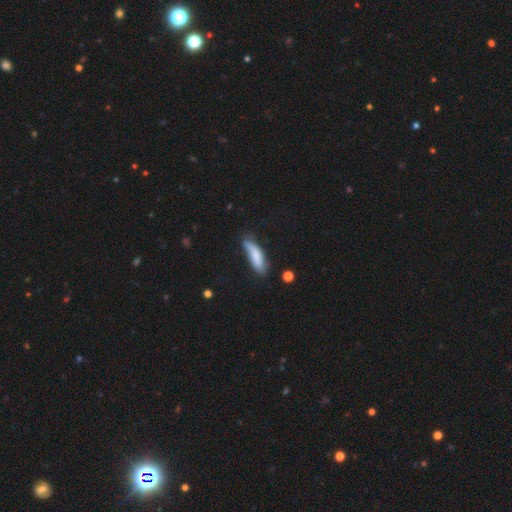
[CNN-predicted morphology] smooth-or-featured: smooth: 74% | featured or disk: 19% | star or artifact: 6%
  how-rounded: cigar-shaped: 55% | in between: 44% | round: 2%
  merging: none: 53% | minor disturbance: 33% | major disturbance: 9% | merger: 4%